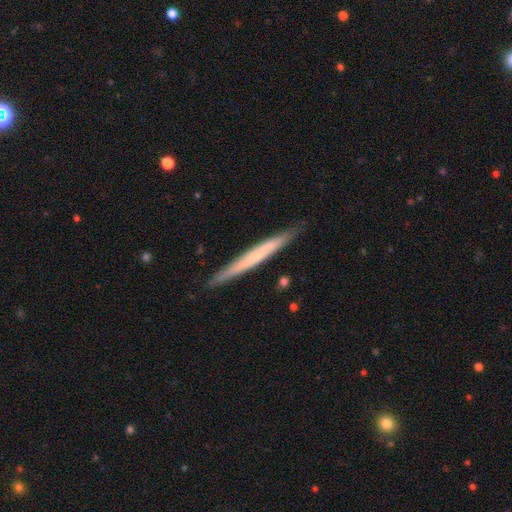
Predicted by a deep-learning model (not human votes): This is possibly a featured or disk galaxy (50%). Merging: clearly none (89%).